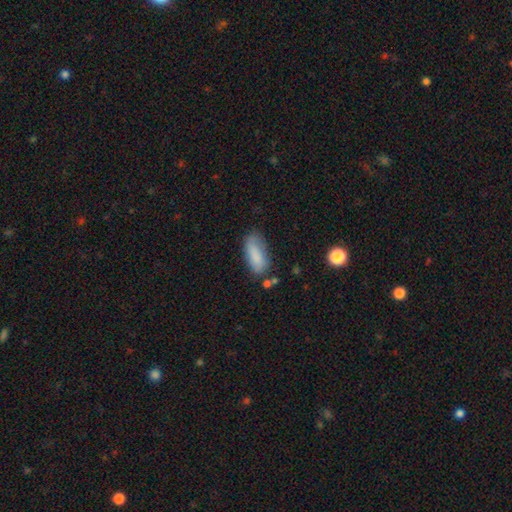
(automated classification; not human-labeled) This is clearly a smooth galaxy (84%). How rounded: clearly in between (82%). Merging: likely none (61%).